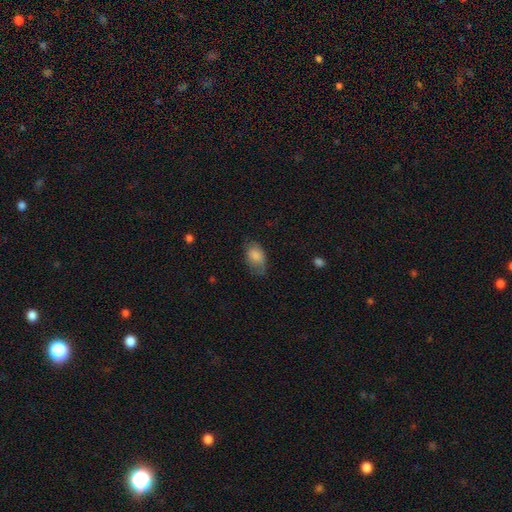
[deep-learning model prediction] Smooth or featured? smooth (82%)
How rounded? in between (88%)
Merging? none (59%)